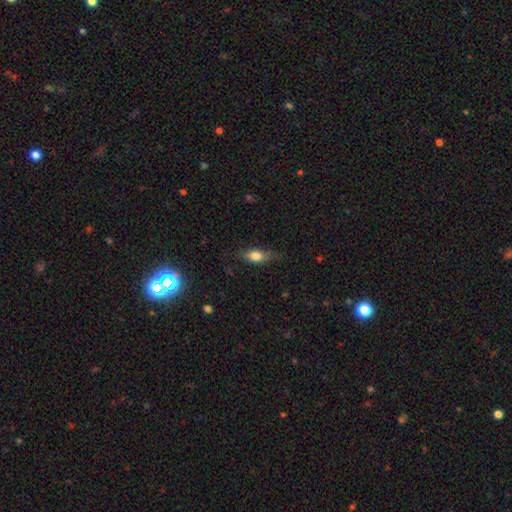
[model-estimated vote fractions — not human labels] Smooth or featured? Predicted: smooth (p=0.72). How rounded? Predicted: in between (p=0.73). Merging? Predicted: none (p=0.67).